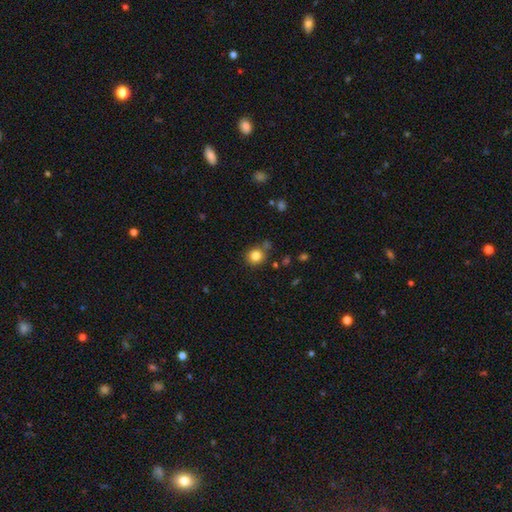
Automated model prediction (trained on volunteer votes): smooth_or_featured: smooth (p=0.82) [alt: star or artifact p=0.12]
how_rounded: round (p=0.87) [alt: in between p=0.13]
merging: none (p=0.77) [alt: minor disturbance p=0.12]